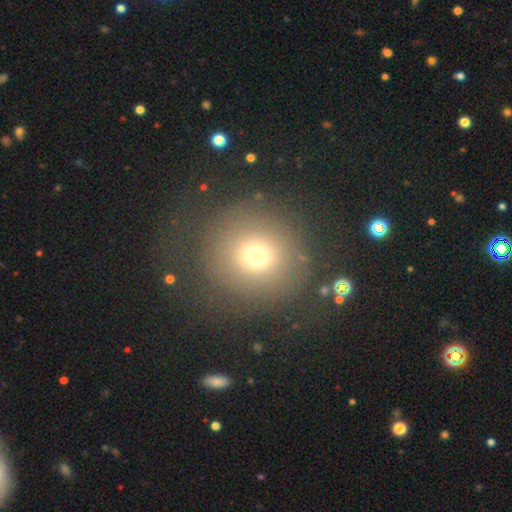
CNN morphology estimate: Q: Smooth or featured?
A: smooth (70%); runner-up: star or artifact (18%)
Q: How rounded?
A: round (94%); runner-up: in between (5%)
Q: Merging?
A: none (75%); runner-up: major disturbance (12%)